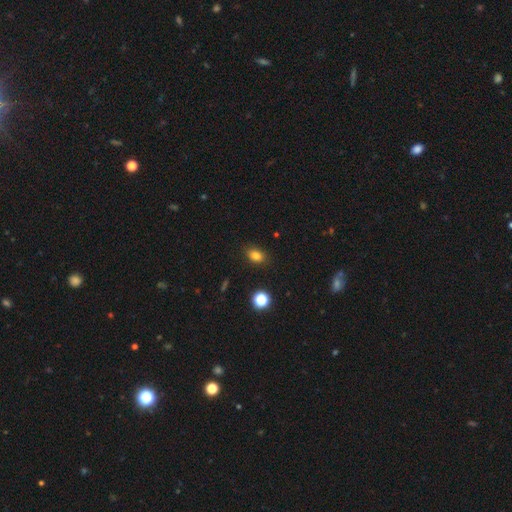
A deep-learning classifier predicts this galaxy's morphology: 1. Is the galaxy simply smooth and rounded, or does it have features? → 81% smooth, 13% star or artifact, 6% featured or disk.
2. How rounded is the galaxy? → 75% in between, 24% round, 2% cigar-shaped.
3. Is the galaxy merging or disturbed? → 86% none, 9% minor disturbance, 3% major disturbance, 1% merger.